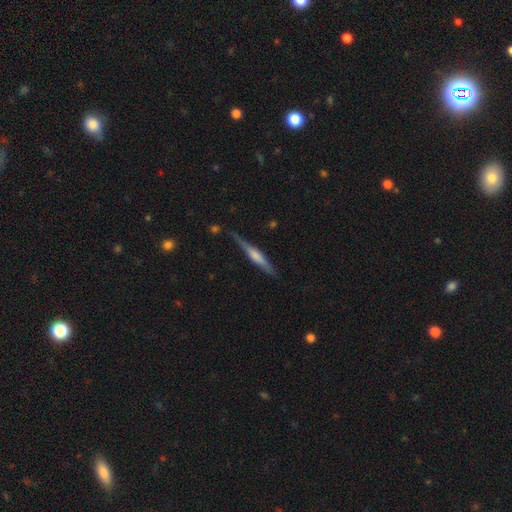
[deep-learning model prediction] Smooth or featured?
  - featured or disk: 71% *
  - smooth: 23%
  - star or artifact: 6%
Edge-on disk?
  - yes: 97% *
  - no: 3%
Edge-on bulge?
  - rounded: 57% *
  - boxy: 28%
  - none: 15%
Merging?
  - none: 84% *
  - minor disturbance: 12%
  - major disturbance: 3%
  - merger: 2%